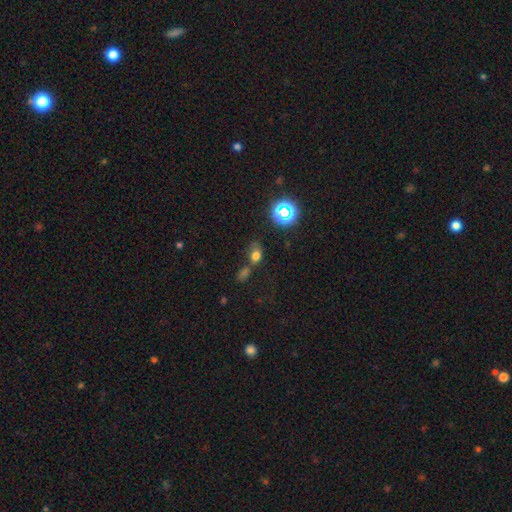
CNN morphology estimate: The model was most divided on "merging": none: 43%, merger: 32%, minor disturbance: 16%, major disturbance: 10%. More confident: smooth or featured — smooth (65%); how rounded — in between (64%).